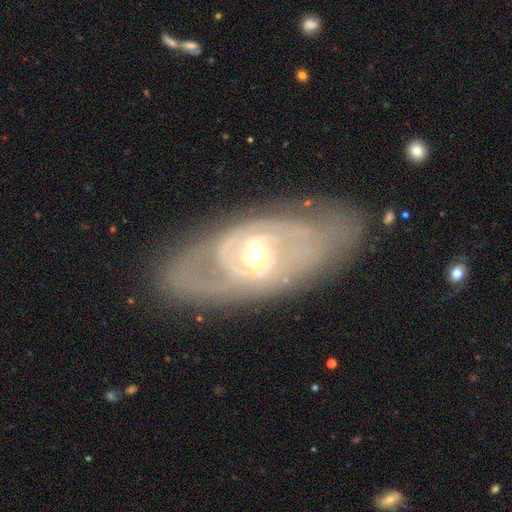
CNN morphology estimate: A featured or disk galaxy (85%) with no bar (43%), 2 (51%) tight (61%) spiral arms (86%) and a moderate central bulge (70%).

Vote fractions:
- Smooth or featured? featured or disk: 85% / smooth: 10% / star or artifact: 5%
- Edge-on disk? no: 93% / yes: 7%
- Bar? no: 43% / weak: 37% / strong: 19%
- Spiral arms? yes: 86% / no: 14%
- Spiral winding? tight: 61% / medium: 29% / loose: 10%
- Spiral arm count? 2: 51% / can't tell: 27% / 3: 9% / 1: 5% / 4: 4% / more than 4: 3%
- Bulge size? moderate: 70% / small: 17% / large: 10% / dominant: 1% / none: 1%
- Merging? none: 66% / minor disturbance: 19% / major disturbance: 12% / merger: 2%